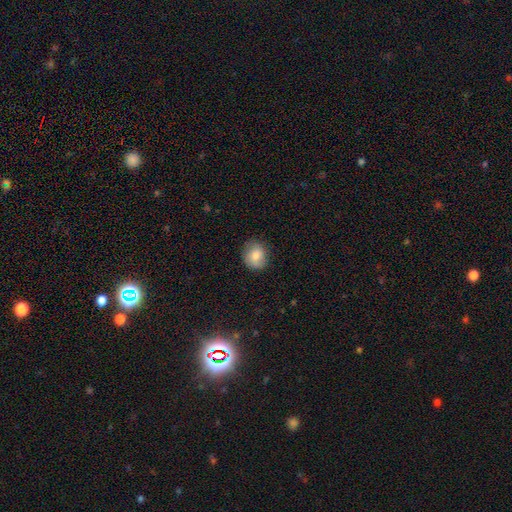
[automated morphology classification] Smooth or featured? Predicted: smooth (p=0.77). How rounded? Predicted: round (p=0.70). Merging? Predicted: none (p=0.80).